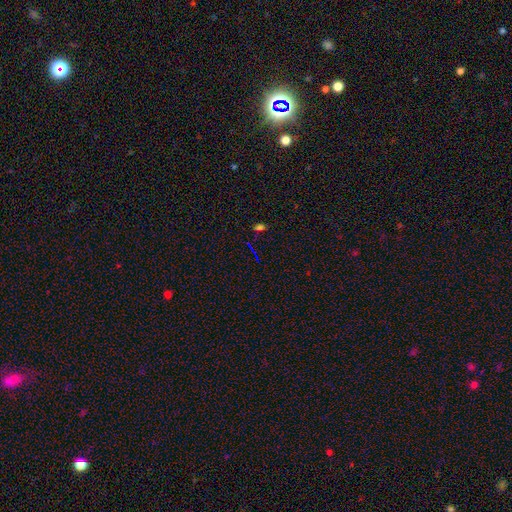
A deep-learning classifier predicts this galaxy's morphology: Smooth or featured?
  - star or artifact: 68% *
  - smooth: 21%
  - featured or disk: 12%